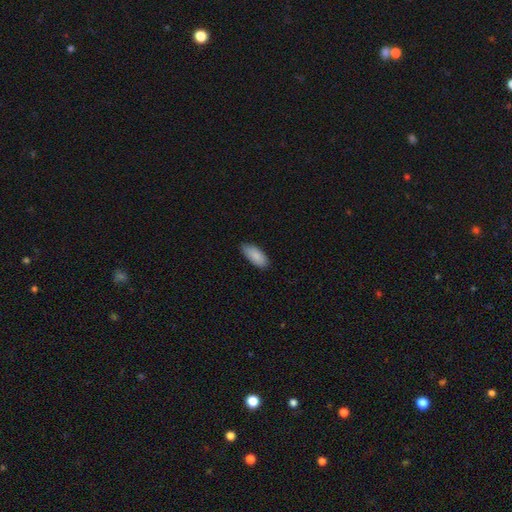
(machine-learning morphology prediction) smooth-or-featured: smooth: 89% | star or artifact: 6% | featured or disk: 5%
  how-rounded: in between: 88% | cigar-shaped: 10% | round: 2%
  merging: none: 83% | minor disturbance: 14% | major disturbance: 2% | merger: 1%